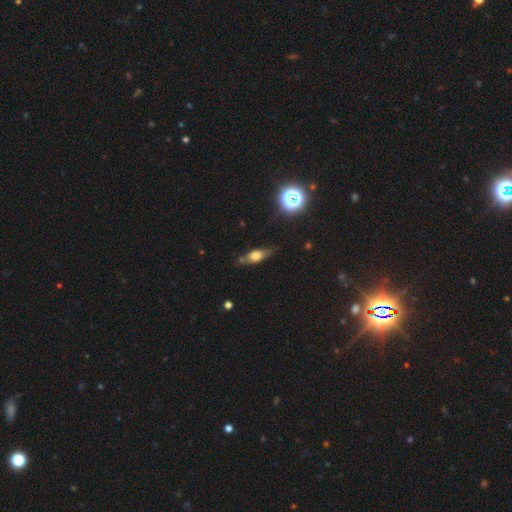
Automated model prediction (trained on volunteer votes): smooth-or-featured: smooth: 54% | featured or disk: 34% | star or artifact: 12%
  how-rounded: in between: 61% | cigar-shaped: 29% | round: 11%
  merging: none: 67% | minor disturbance: 23% | major disturbance: 6% | merger: 5%